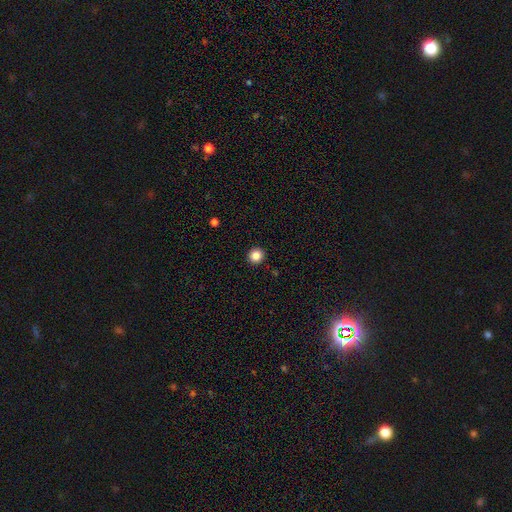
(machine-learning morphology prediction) A smooth galaxy with no disk features (85%) that is round (95%).

Vote fractions:
- Smooth or featured? smooth: 85% / star or artifact: 11% / featured or disk: 4%
- How rounded? round: 95% / in between: 4% / cigar-shaped: 1%
- Merging? none: 93% / minor disturbance: 4% / major disturbance: 1% / merger: 1%